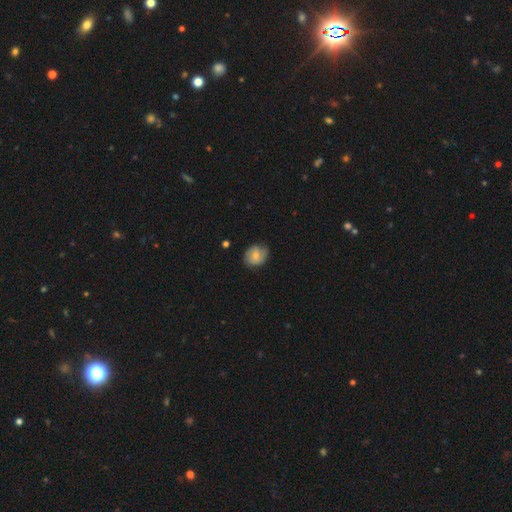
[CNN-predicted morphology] A smooth galaxy with no disk features (70%) that is round (60%).

Vote fractions:
- Smooth or featured? smooth: 70% / featured or disk: 22% / star or artifact: 8%
- How rounded? round: 60% / in between: 39% / cigar-shaped: 1%
- Merging? none: 74% / minor disturbance: 21% / major disturbance: 4% / merger: 1%